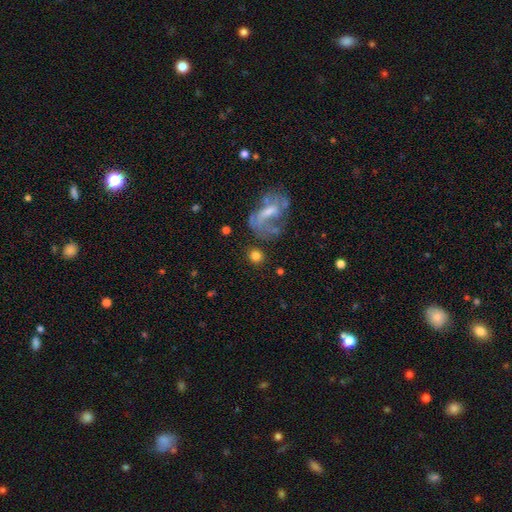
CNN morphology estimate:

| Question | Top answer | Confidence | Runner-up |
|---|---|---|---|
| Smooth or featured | smooth | 74% | featured or disk (15%) |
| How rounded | round | 81% | in between (17%) |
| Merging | none | 74% | minor disturbance (11%) |